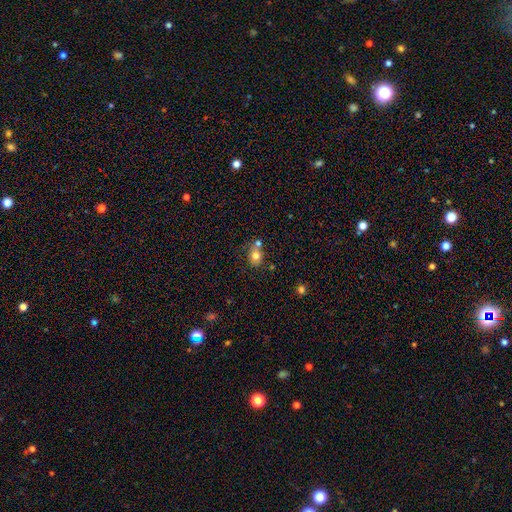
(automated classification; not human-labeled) A smooth galaxy with no disk features (76%) that is round (60%). Merging: none (51%).